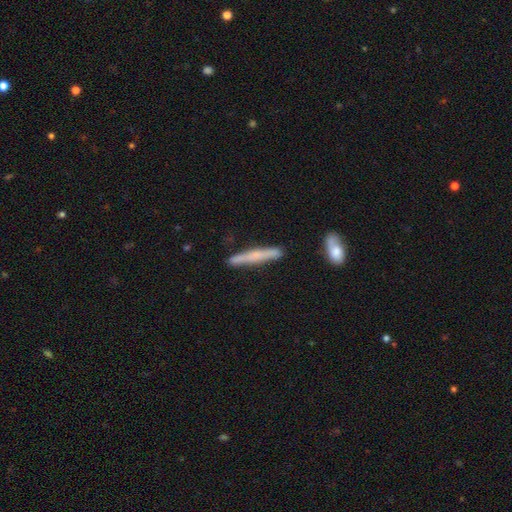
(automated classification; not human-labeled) Smooth or featured?
  - smooth: 52% *
  - featured or disk: 41%
  - star or artifact: 7%
How rounded?
  - cigar-shaped: 96% *
  - in between: 3%
  - round: 2%
Merging?
  - none: 85% *
  - minor disturbance: 11%
  - merger: 3%
  - major disturbance: 2%